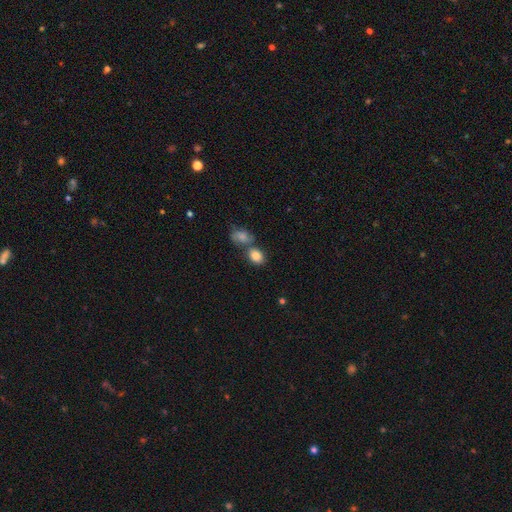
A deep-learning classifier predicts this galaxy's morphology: This appears to be a smooth galaxy with no disk features (84%) that is in between round and cigar-shaped (70%). Merging: none (46%).